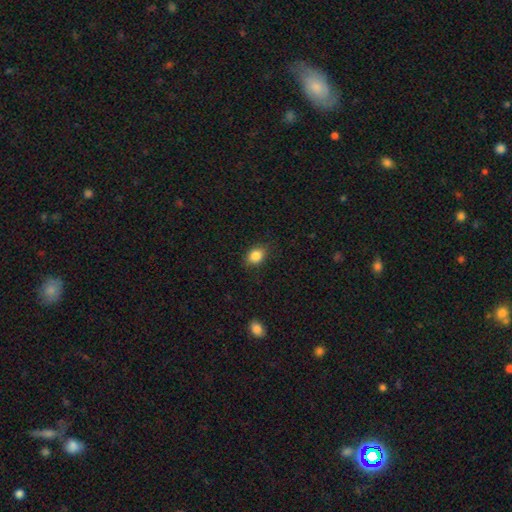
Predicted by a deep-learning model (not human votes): A smooth galaxy with no disk features (85%) that is in between round and cigar-shaped (55%).

Vote fractions:
- Smooth or featured? smooth: 85% / star or artifact: 10% / featured or disk: 5%
- How rounded? in between: 55% / round: 44% / cigar-shaped: 1%
- Merging? none: 84% / minor disturbance: 12% / major disturbance: 3% / merger: 1%